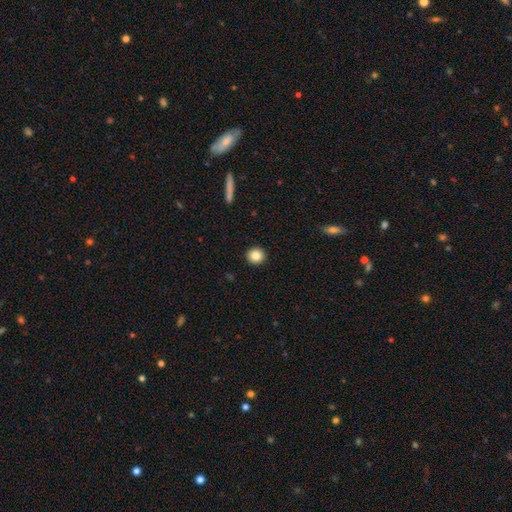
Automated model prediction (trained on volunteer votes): Smooth or featured? Predicted: smooth (p=0.85). How rounded? Predicted: round (p=0.90). Merging? Predicted: none (p=0.93).